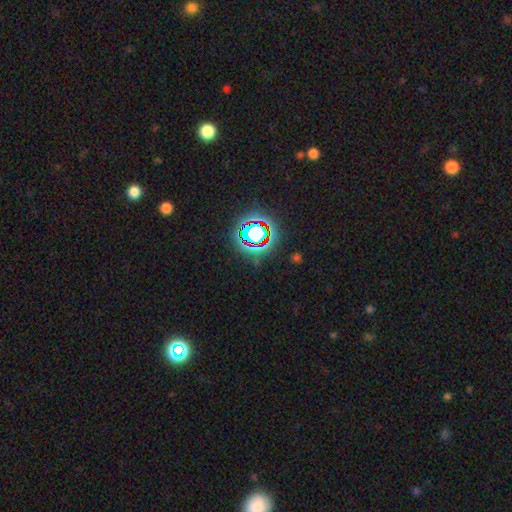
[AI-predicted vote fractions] Overall: star or artifact (79%).